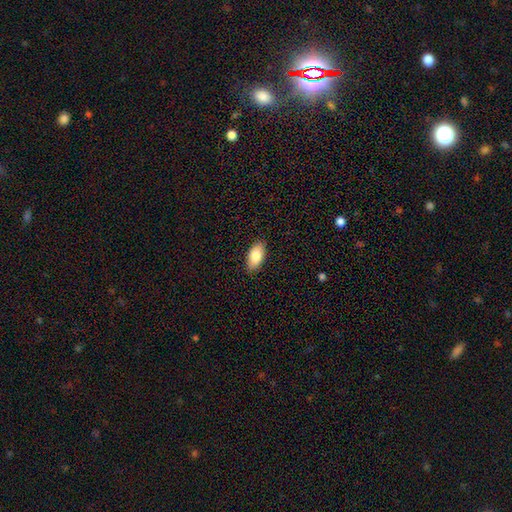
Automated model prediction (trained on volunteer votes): Smooth or featured? smooth (84%)
How rounded? in between (93%)
Merging? none (88%)